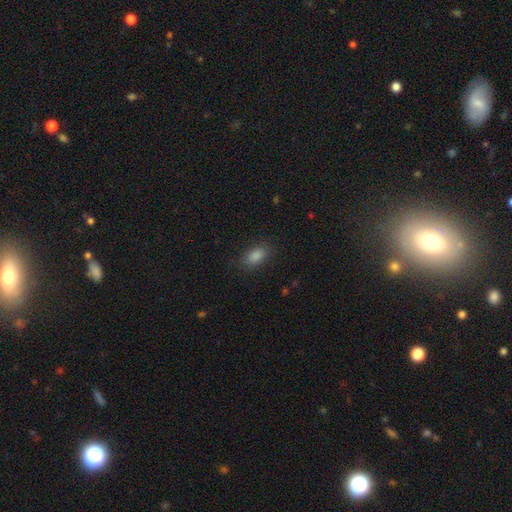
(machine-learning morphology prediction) This appears to be a smooth galaxy with no disk features (85%) that is in between round and cigar-shaped (88%). Merging: none (85%).